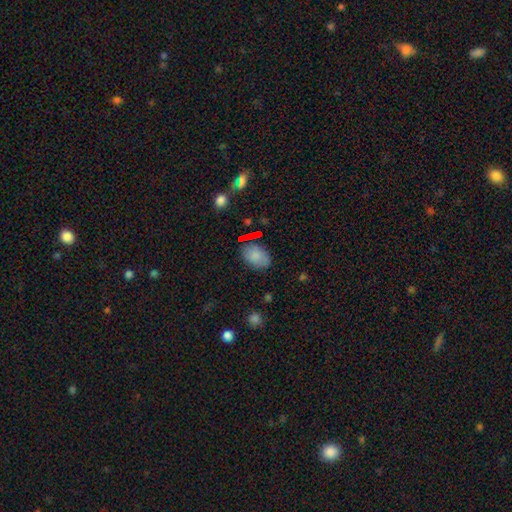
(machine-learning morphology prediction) Smooth or featured?
  - smooth: 79% *
  - star or artifact: 11%
  - featured or disk: 10%
How rounded?
  - in between: 86% *
  - round: 12%
  - cigar-shaped: 1%
Merging?
  - none: 74% *
  - minor disturbance: 18%
  - major disturbance: 5%
  - merger: 4%